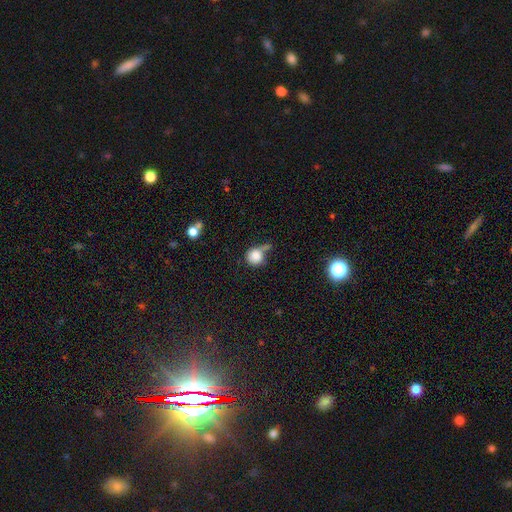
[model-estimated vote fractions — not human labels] The model was most divided on "merging": none: 41%, merger: 23%, minor disturbance: 22%, major disturbance: 14%. More confident: how rounded — round (87%); smooth or featured — smooth (83%).